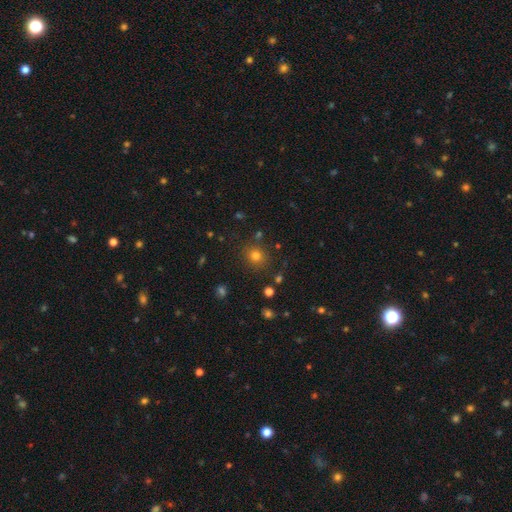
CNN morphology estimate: smooth-or-featured: smooth: 76% | star or artifact: 17% | featured or disk: 7%
  how-rounded: round: 83% | in between: 16% | cigar-shaped: 1%
  merging: none: 83% | minor disturbance: 9% | merger: 4% | major disturbance: 3%